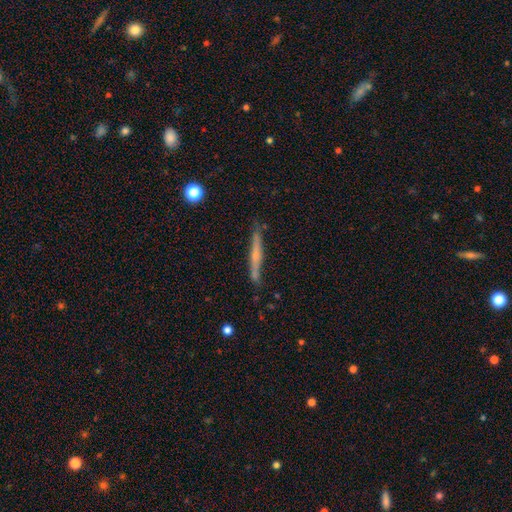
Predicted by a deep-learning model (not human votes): A featured or disk galaxy (58%) viewed edge-on (95%) with a rounded central bulge (49%).

Vote fractions:
- Smooth or featured? featured or disk: 58% / smooth: 35% / star or artifact: 7%
- Edge-on disk? yes: 95% / no: 5%
- Edge-on bulge? rounded: 49% / none: 44% / boxy: 8%
- Merging? none: 81% / minor disturbance: 14% / merger: 3% / major disturbance: 3%